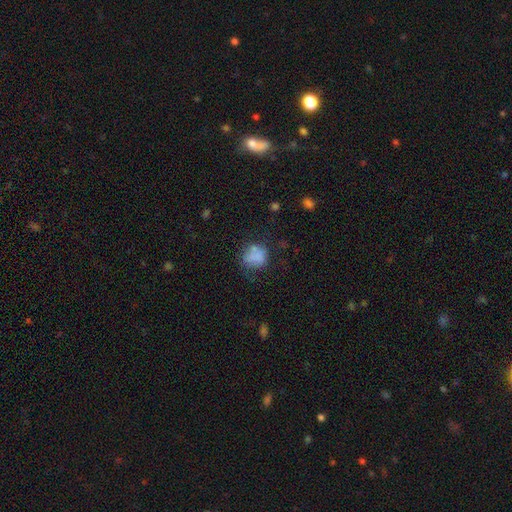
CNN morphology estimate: A smooth galaxy with no disk features (74%) that is round (65%).

Vote fractions:
- Smooth or featured? smooth: 74% / featured or disk: 14% / star or artifact: 12%
- How rounded? round: 65% / in between: 34% / cigar-shaped: 1%
- Merging? none: 52% / minor disturbance: 25% / major disturbance: 14% / merger: 8%